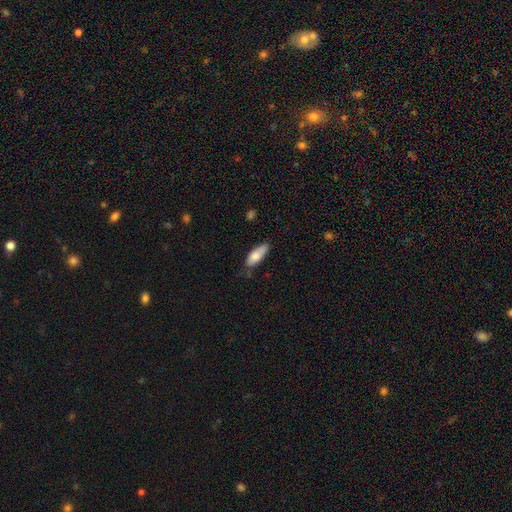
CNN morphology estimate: Overall: smooth (79%). How rounded: in between (71%). Merging: none (63%; minor disturbance 30%).